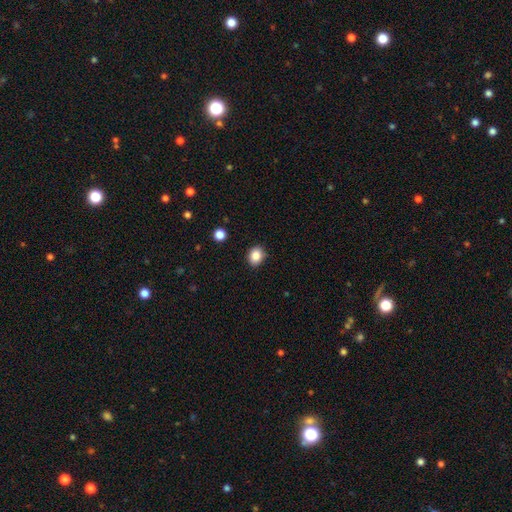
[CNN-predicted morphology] This appears to be a smooth galaxy with no disk features (87%) that is round (57%). Merging: none (88%).